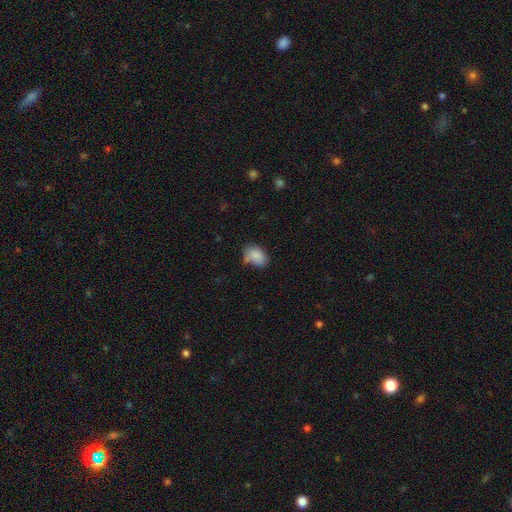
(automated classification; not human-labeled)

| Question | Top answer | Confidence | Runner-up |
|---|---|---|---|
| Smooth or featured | smooth | 84% | star or artifact (8%) |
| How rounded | in between | 82% | round (17%) |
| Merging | none | 53% | minor disturbance (31%) |